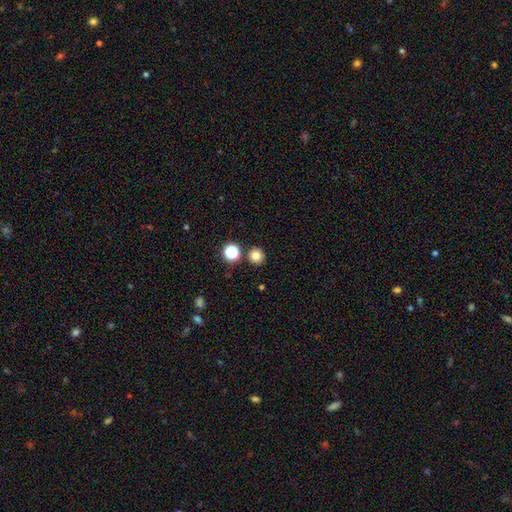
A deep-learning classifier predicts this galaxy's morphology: Smooth or featured? Predicted: smooth (p=0.80). How rounded? Predicted: round (p=0.92). Merging? Predicted: none (p=0.87).